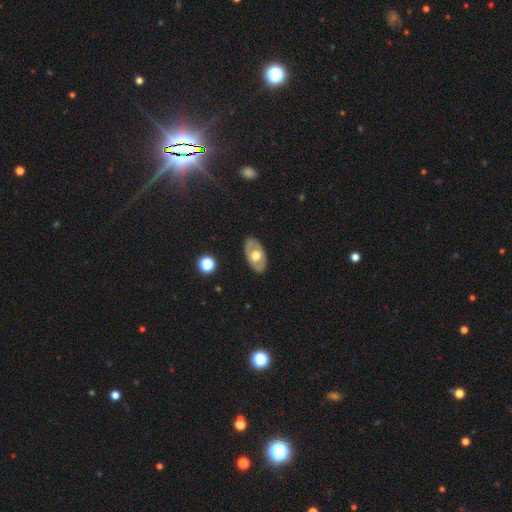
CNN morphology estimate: A featured or disk galaxy (50%).

Vote fractions:
- Smooth or featured? featured or disk: 50% / smooth: 44% / star or artifact: 6%
- Edge-on disk? no: 86% / yes: 14%
- Merging? none: 85% / minor disturbance: 12% / major disturbance: 3% / merger: 1%